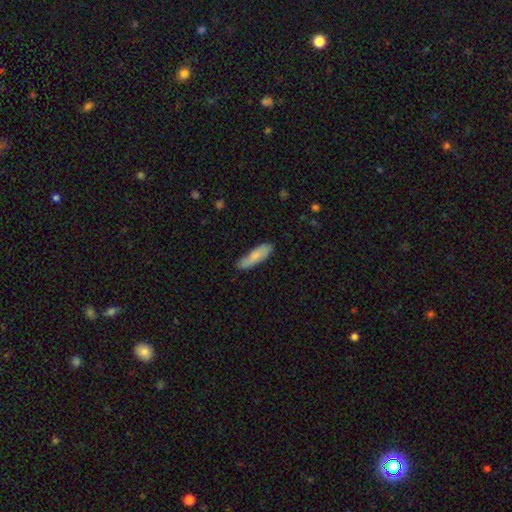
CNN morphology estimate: Smooth or featured? smooth (78%)
How rounded? cigar-shaped (60%)
Merging? none (77%)